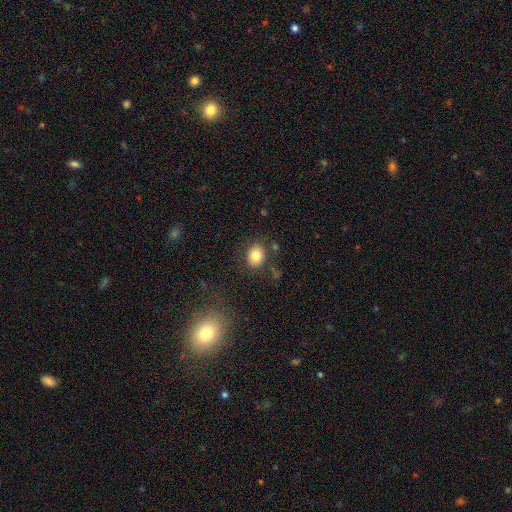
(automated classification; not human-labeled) Smooth or featured?
  - smooth: 82% *
  - star or artifact: 10%
  - featured or disk: 8%
How rounded?
  - round: 53% *
  - in between: 46%
  - cigar-shaped: 1%
Merging?
  - none: 83% *
  - minor disturbance: 10%
  - merger: 3%
  - major disturbance: 3%